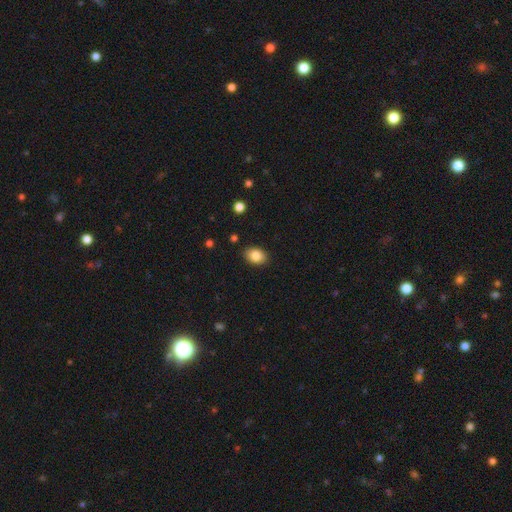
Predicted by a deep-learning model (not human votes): Smooth or featured: smooth — 85% (star or artifact — 8%)
How rounded: in between — 77% (round — 22%)
Merging: none — 88% (minor disturbance — 9%)